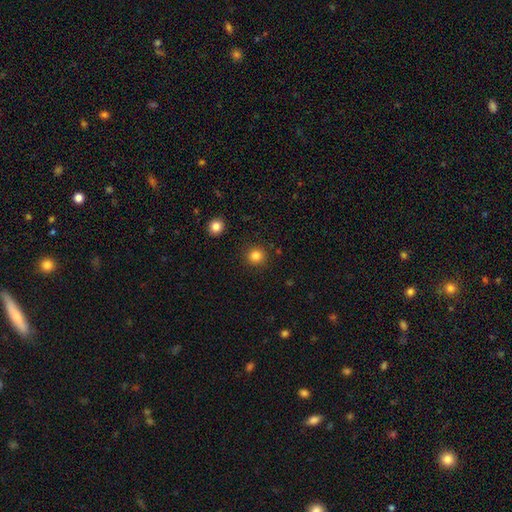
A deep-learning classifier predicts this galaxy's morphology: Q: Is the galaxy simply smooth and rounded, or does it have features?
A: smooth — 84%.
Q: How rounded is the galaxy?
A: round — 92%.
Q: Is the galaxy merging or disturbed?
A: none — 91%.